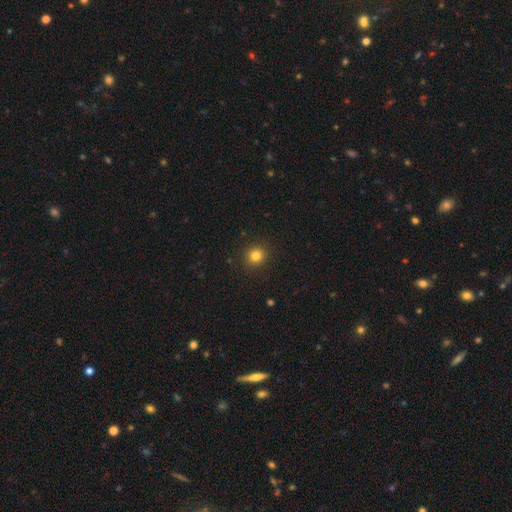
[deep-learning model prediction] Smooth or featured? Predicted: smooth (p=0.82). How rounded? Predicted: round (p=0.91). Merging? Predicted: none (p=0.92).